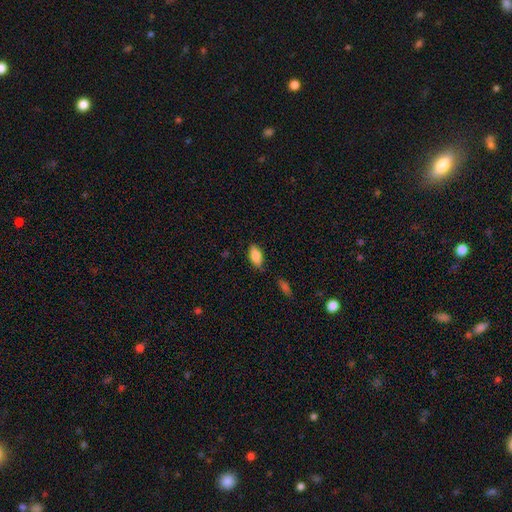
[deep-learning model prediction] Smooth or featured: smooth — 84% (featured or disk — 9%)
How rounded: in between — 90% (cigar-shaped — 8%)
Merging: none — 78% (minor disturbance — 16%)